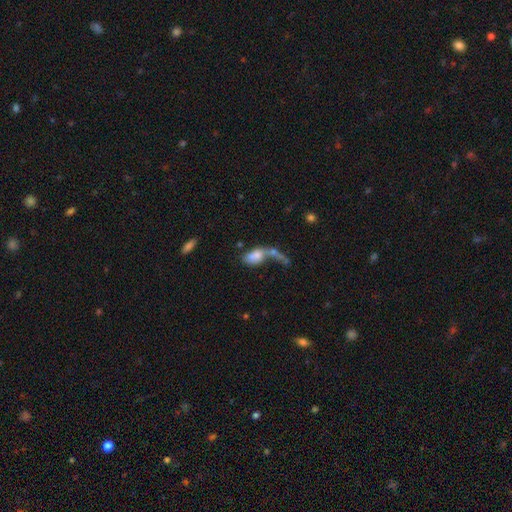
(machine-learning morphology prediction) smooth-or-featured: smooth: 66% | featured or disk: 24% | star or artifact: 10%
  how-rounded: in between: 85% | round: 8% | cigar-shaped: 7%
  merging: merger: 48% | major disturbance: 24% | none: 17% | minor disturbance: 11%